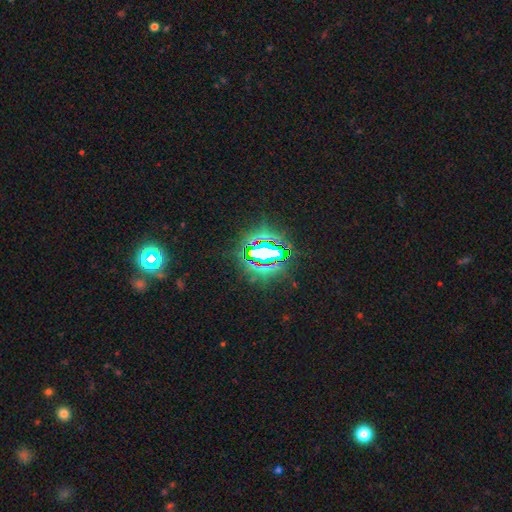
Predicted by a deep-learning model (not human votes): The model was most divided on "smooth or featured": star or artifact: 79%, smooth: 11%, featured or disk: 10%.